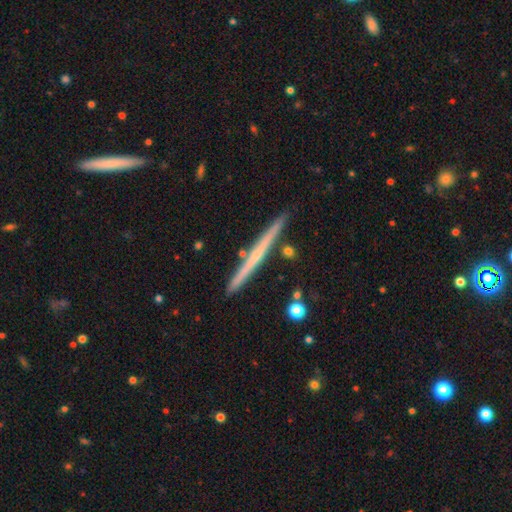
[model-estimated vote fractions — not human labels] Smooth or featured?
  - featured or disk: 64% *
  - smooth: 30%
  - star or artifact: 6%
Edge-on disk?
  - yes: 98% *
  - no: 2%
Edge-on bulge?
  - none: 71% *
  - rounded: 25%
  - boxy: 4%
Merging?
  - none: 90% *
  - minor disturbance: 7%
  - merger: 2%
  - major disturbance: 1%